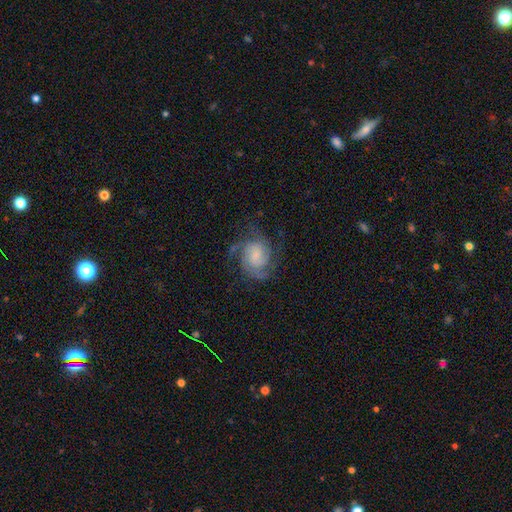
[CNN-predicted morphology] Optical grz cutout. It shows a featured or disk galaxy (79%) with no bar (59%), 2 (31%, tied with 3) medium (46%) spiral arms (95%) and a small central bulge (37%). Merging: none (65%).